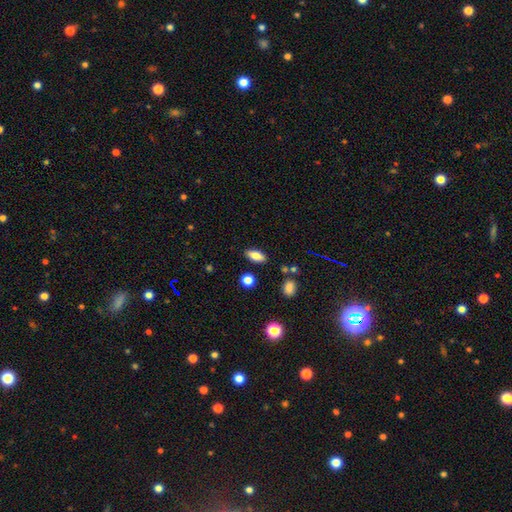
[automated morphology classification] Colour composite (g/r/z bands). It shows a smooth galaxy with no disk features (80%) that is in between round and cigar-shaped (83%). Merging: none (86%).